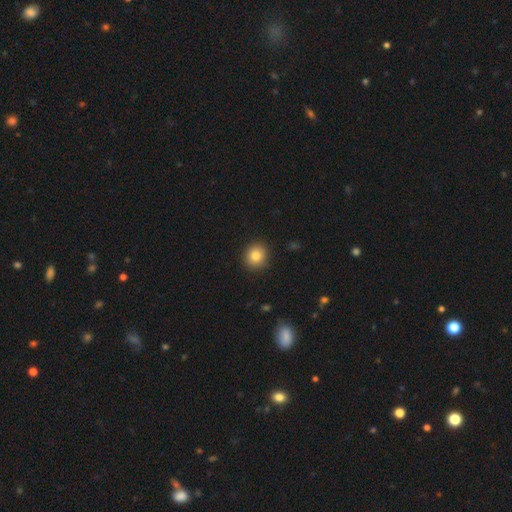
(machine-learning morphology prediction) Smooth or featured: smooth — 83% (star or artifact — 10%)
How rounded: round — 87% (in between — 12%)
Merging: none — 91% (minor disturbance — 6%)